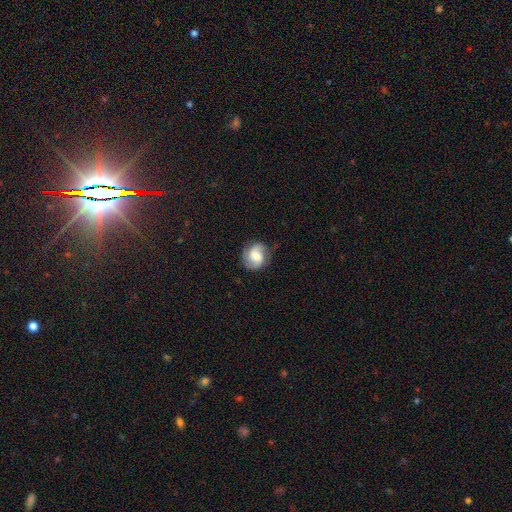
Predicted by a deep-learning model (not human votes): Overall: featured or disk (61%; smooth 31%). Edge-on disk: no (98%). Bar: weak (45%; no 42%). Spiral arms: yes (92%). Spiral arm count: 2 (83%). Spiral winding: medium (45%; tight 28%). Bulge size: moderate (55%; small 21%). Merging: none (79%).